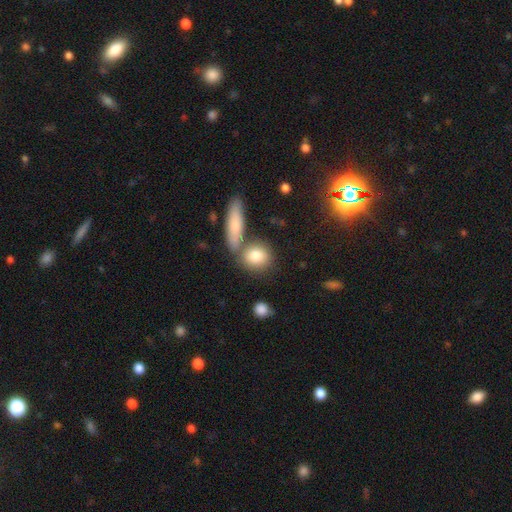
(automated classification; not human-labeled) This is clearly a smooth galaxy (82%). How rounded: likely round (66%). Merging: possibly none (59%).